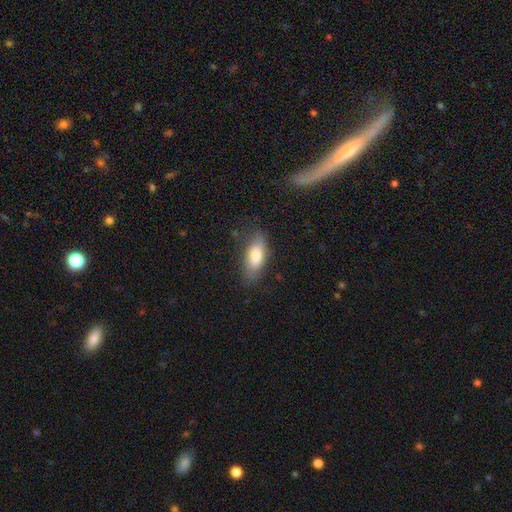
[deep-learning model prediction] Smooth or featured: smooth — 76% (featured or disk — 17%)
How rounded: in between — 83% (cigar-shaped — 15%)
Merging: none — 75% (minor disturbance — 19%)